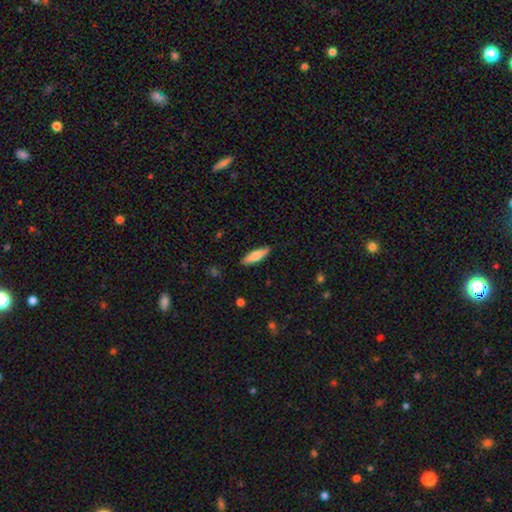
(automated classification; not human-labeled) Overall: smooth (72%). How rounded: cigar-shaped (60%; in between 38%). Merging: none (88%).